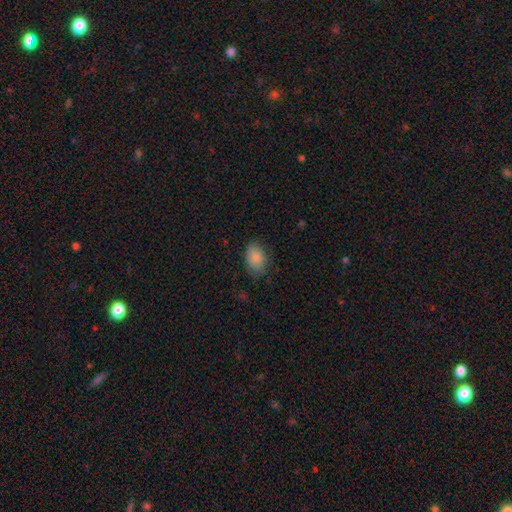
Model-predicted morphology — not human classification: type=smooth (84%); roundness=in between (85%); merging=none (78%).